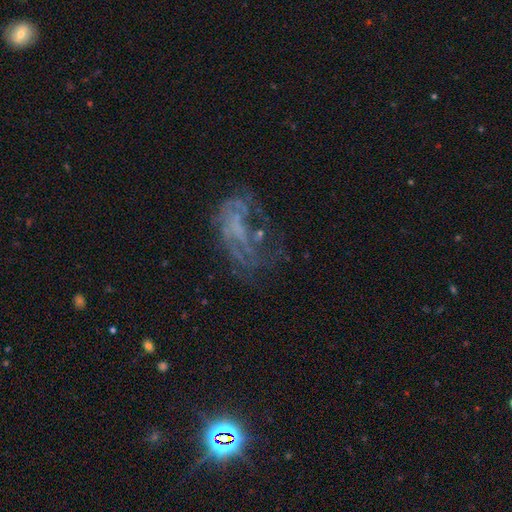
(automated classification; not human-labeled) Smooth or featured? featured or disk (43%)
Merging? none (39%)